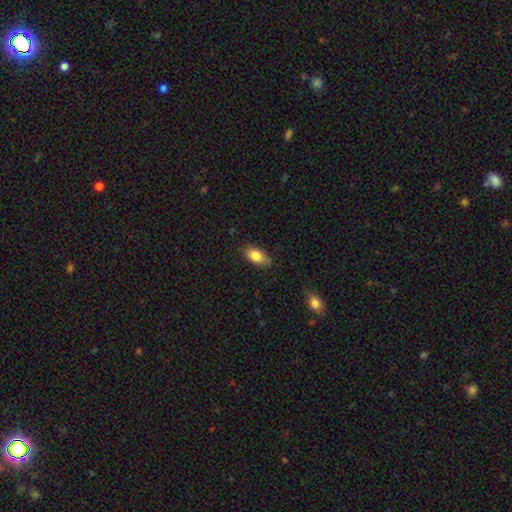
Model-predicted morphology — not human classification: Smooth or featured? smooth (84%)
How rounded? in between (90%)
Merging? none (80%)